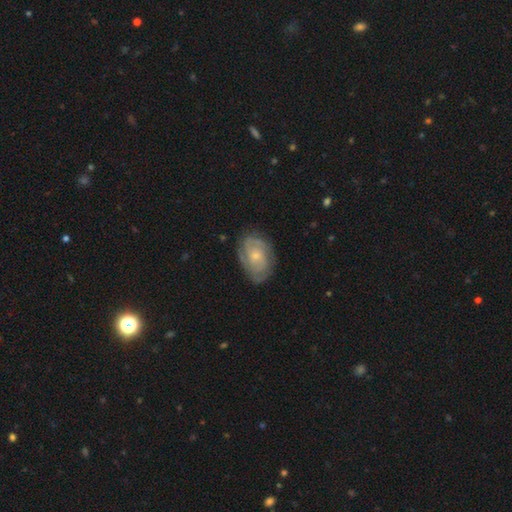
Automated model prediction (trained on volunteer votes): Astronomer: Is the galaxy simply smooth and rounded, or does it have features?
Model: featured or disk — 76%.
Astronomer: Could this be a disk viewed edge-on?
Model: no — 97%.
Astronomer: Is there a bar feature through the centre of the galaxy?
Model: no — 74%.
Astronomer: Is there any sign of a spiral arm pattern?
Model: yes — 92%.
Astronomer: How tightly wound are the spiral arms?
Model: tight — 63%.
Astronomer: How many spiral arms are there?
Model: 2 — 37% (runner-up: can't tell, 31%).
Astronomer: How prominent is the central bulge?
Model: small — 60%.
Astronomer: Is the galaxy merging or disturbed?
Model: none — 75%.